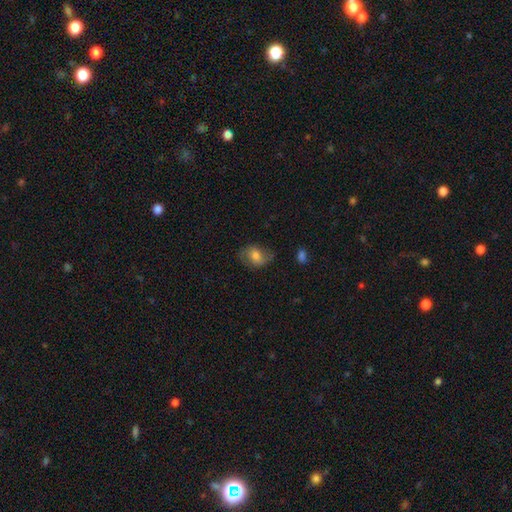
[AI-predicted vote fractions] Smooth or featured?
  - smooth: 61% *
  - featured or disk: 31%
  - star or artifact: 9%
How rounded?
  - in between: 64% *
  - round: 35%
  - cigar-shaped: 1%
Merging?
  - none: 66% *
  - minor disturbance: 22%
  - major disturbance: 9%
  - merger: 2%